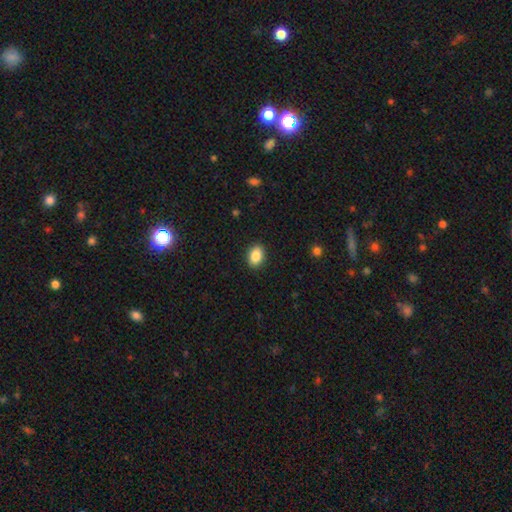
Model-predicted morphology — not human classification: The model was most divided on "how rounded": in between: 83%, round: 15%, cigar-shaped: 1%. More confident: merging — none (90%); smooth or featured — smooth (87%).